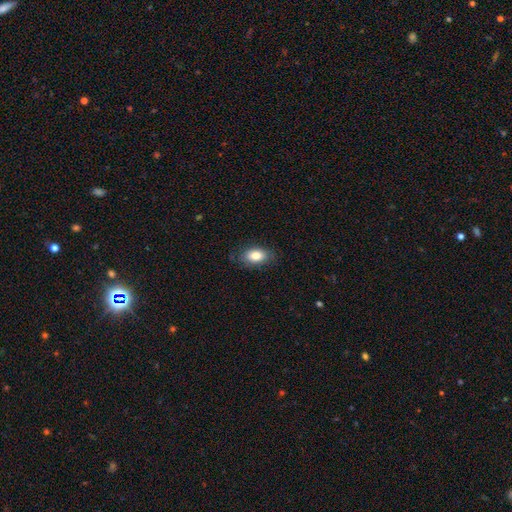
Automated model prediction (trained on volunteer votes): Morphology: type=smooth (83%); roundness=in between (90%); merging=none (81%).